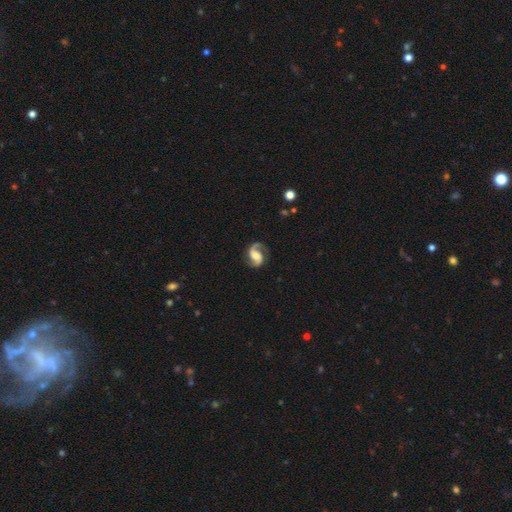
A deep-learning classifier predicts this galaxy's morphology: Smooth or featured? Predicted: featured or disk (p=0.90). Edge-on disk? Predicted: no (p=0.98). Bar? Predicted: weak (p=0.43). Spiral arms? Predicted: yes (p=0.98). Spiral winding? Predicted: medium (p=0.55). Spiral arm count? Predicted: 2 (p=0.93). Bulge size? Predicted: moderate (p=0.38). Merging? Predicted: none (p=0.81).